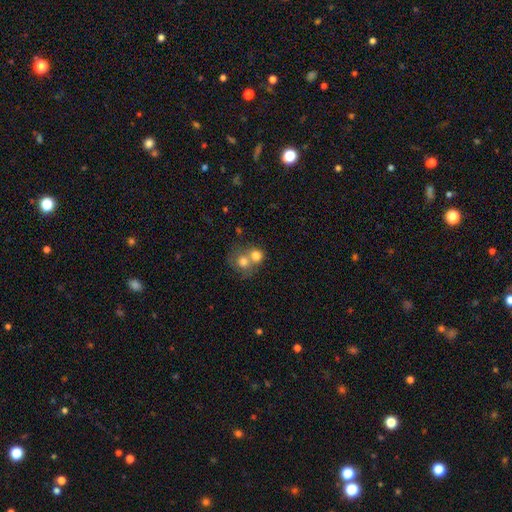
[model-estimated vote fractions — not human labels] A smooth galaxy with no disk features (74%) that is round (80%). Merging: merger (61%).